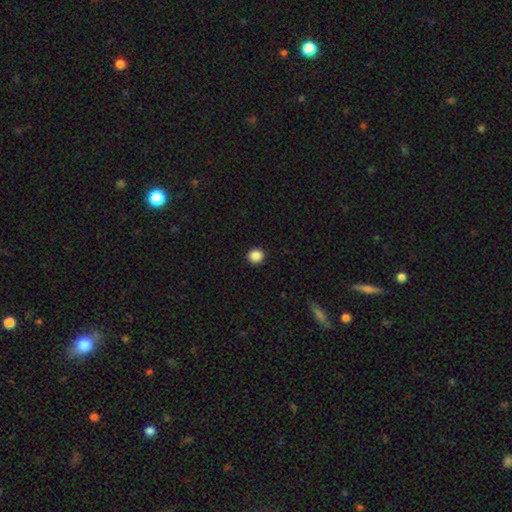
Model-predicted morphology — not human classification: smooth 88%, star or artifact 10%, featured or disk 3%. Down the decision tree: how rounded — round (86%); merging — none (92%).